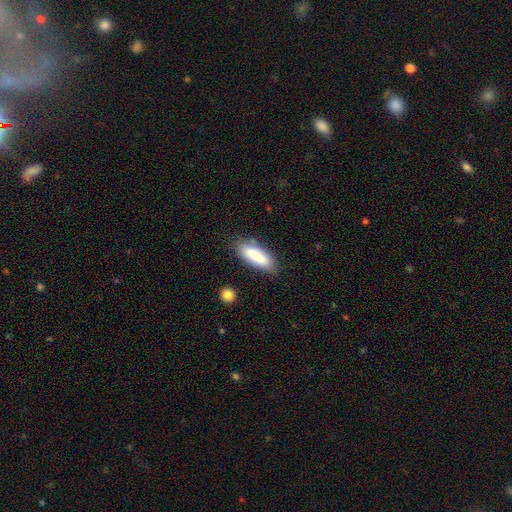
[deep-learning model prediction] A smooth galaxy with no disk features (83%) that is in between round and cigar-shaped (62%).

Vote fractions:
- Smooth or featured? smooth: 83% / featured or disk: 11% / star or artifact: 6%
- How rounded? in between: 62% / cigar-shaped: 36% / round: 2%
- Merging? none: 79% / minor disturbance: 15% / major disturbance: 3% / merger: 3%